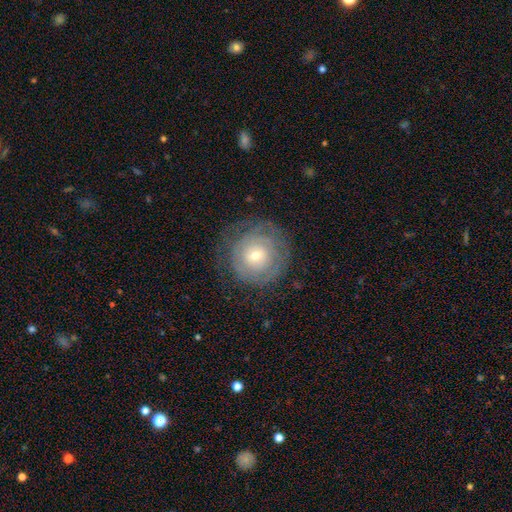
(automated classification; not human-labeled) Q: Smooth or featured?
A: featured or disk (52%); runner-up: smooth (39%)
Q: Edge-on disk?
A: no (97%); runner-up: yes (3%)
Q: Bar?
A: no (82%); runner-up: weak (15%)
Q: Spiral arms?
A: yes (58%); runner-up: no (42%)
Q: Bulge size?
A: small (55%); runner-up: moderate (40%)
Q: Merging?
A: none (75%); runner-up: minor disturbance (15%)